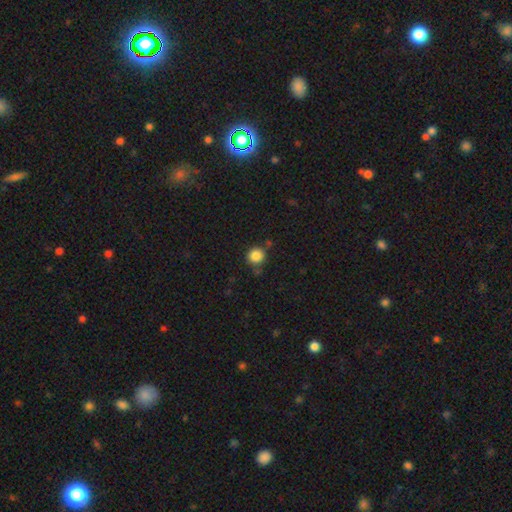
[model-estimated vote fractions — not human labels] This is clearly a smooth galaxy (86%). How rounded: clearly round (93%). Merging: clearly none (80%).